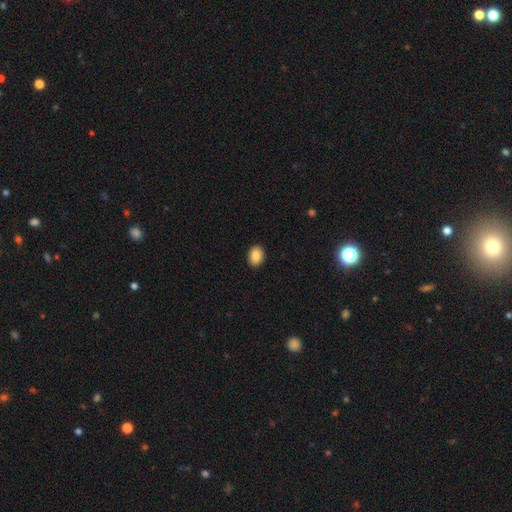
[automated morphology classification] Overall: smooth (88%). How rounded: in between (77%). Merging: none (91%).